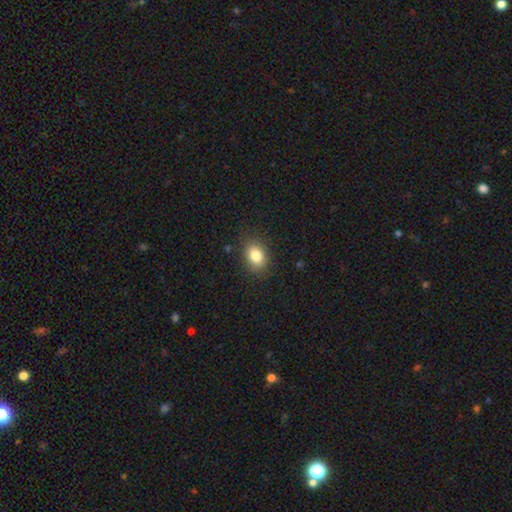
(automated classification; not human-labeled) A smooth galaxy with no disk features (83%) that is in between round and cigar-shaped (76%).

Vote fractions:
- Smooth or featured? smooth: 83% / star or artifact: 9% / featured or disk: 7%
- How rounded? in between: 76% / round: 22% / cigar-shaped: 1%
- Merging? none: 86% / minor disturbance: 10% / major disturbance: 3% / merger: 1%